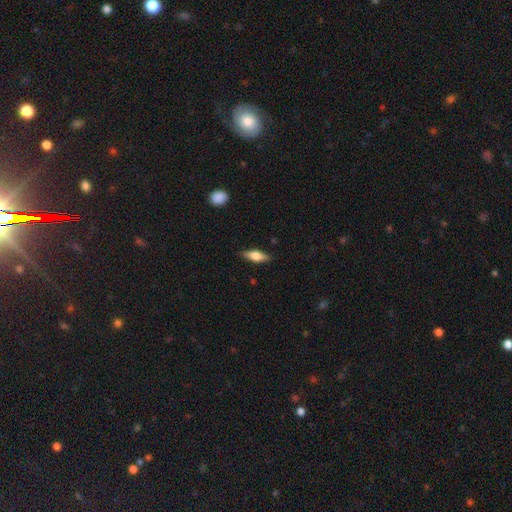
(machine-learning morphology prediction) Q: Smooth or featured?
A: smooth (60%); runner-up: featured or disk (33%)
Q: How rounded?
A: in between (60%); runner-up: cigar-shaped (36%)
Q: Merging?
A: none (86%); runner-up: minor disturbance (11%)